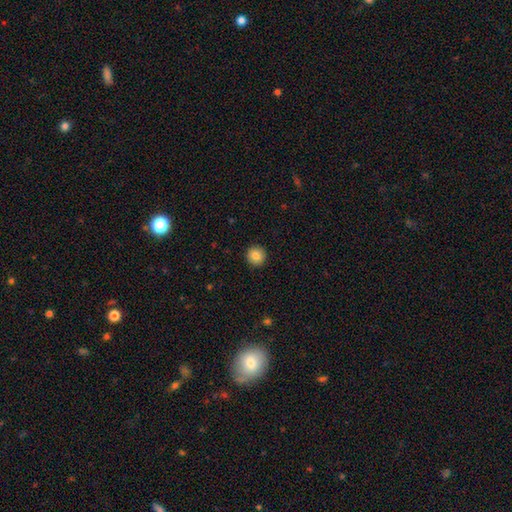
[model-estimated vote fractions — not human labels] smooth-or-featured: smooth: 85% | star or artifact: 9% | featured or disk: 6%
  how-rounded: round: 95% | in between: 4% | cigar-shaped: 1%
  merging: none: 93% | minor disturbance: 5% | major disturbance: 2% | merger: 1%